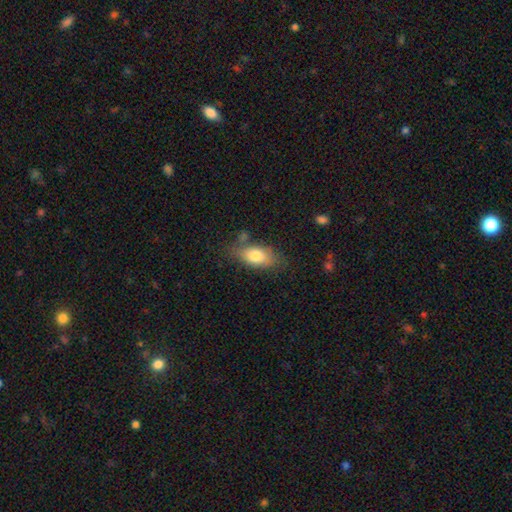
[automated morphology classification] Smooth or featured: smooth — 77% (featured or disk — 15%)
How rounded: in between — 87% (round — 7%)
Merging: none — 65% (minor disturbance — 23%)